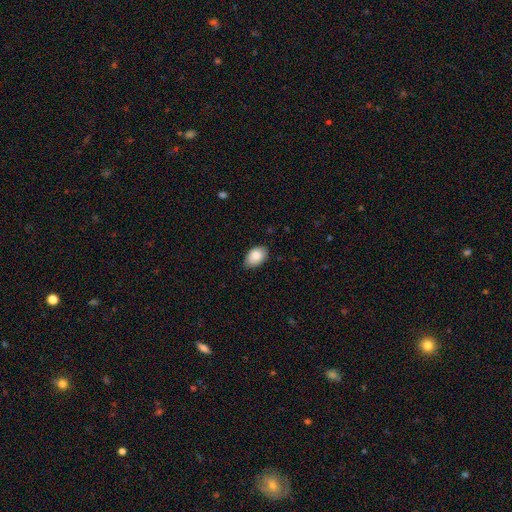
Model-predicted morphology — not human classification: Smooth or featured? Predicted: smooth (p=0.87). How rounded? Predicted: in between (p=0.90). Merging? Predicted: none (p=0.81).